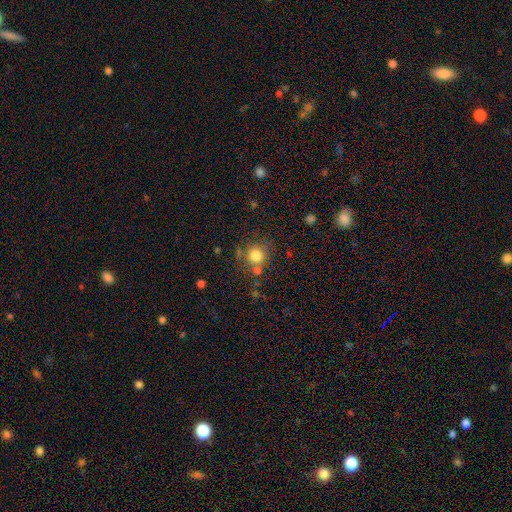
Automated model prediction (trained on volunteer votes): The model was most divided on "merging": none: 70%, merger: 13%, minor disturbance: 12%, major disturbance: 5%. More confident: how rounded — round (91%); smooth or featured — smooth (80%).